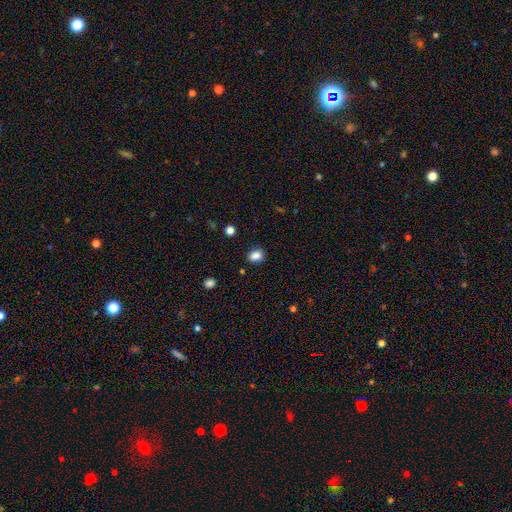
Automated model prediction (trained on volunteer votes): smooth_or_featured: smooth (p=0.85) [alt: star or artifact p=0.11]
how_rounded: in between (p=0.55) [alt: round p=0.44]
merging: none (p=0.83) [alt: minor disturbance p=0.12]